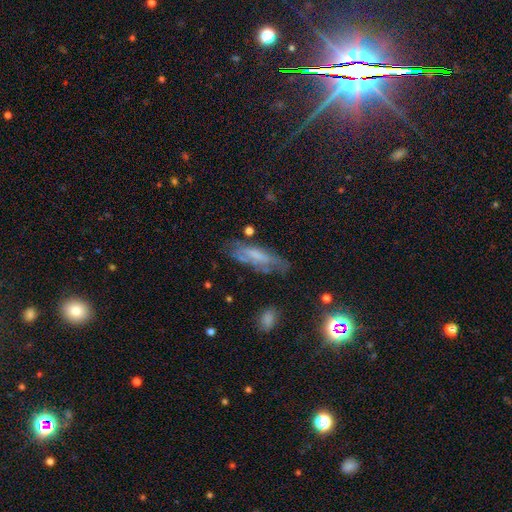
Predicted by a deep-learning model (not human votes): Q: Smooth or featured?
A: smooth (45%); runner-up: featured or disk (43%)
Q: Merging?
A: none (60%); runner-up: minor disturbance (25%)